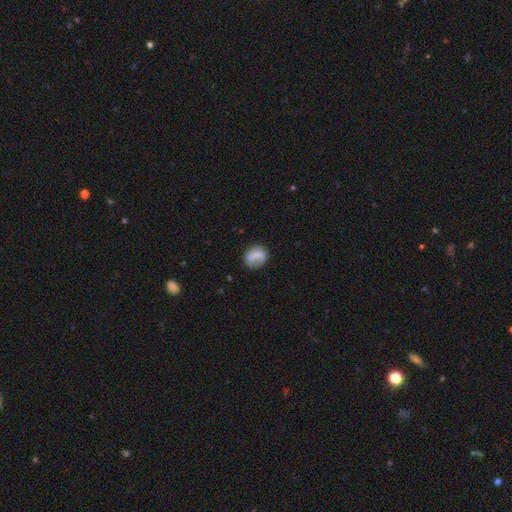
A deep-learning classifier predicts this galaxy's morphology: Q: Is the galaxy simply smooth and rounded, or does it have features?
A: smooth — 71%.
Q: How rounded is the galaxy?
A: round — 60%.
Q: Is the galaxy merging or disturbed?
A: none — 65%.